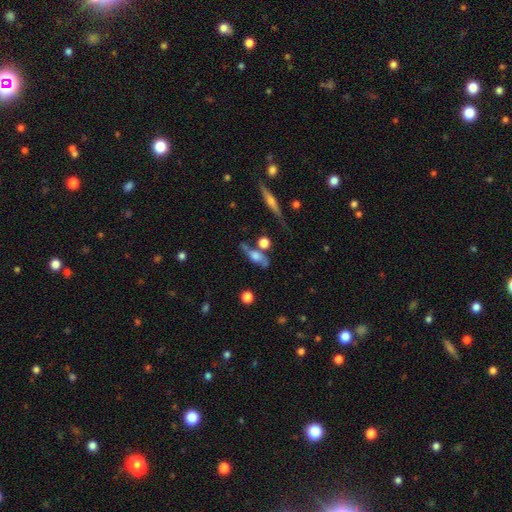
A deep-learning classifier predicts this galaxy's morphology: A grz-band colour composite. It shows a featured or disk galaxy (53%) viewed edge-on (52%). Merging: none (49%).